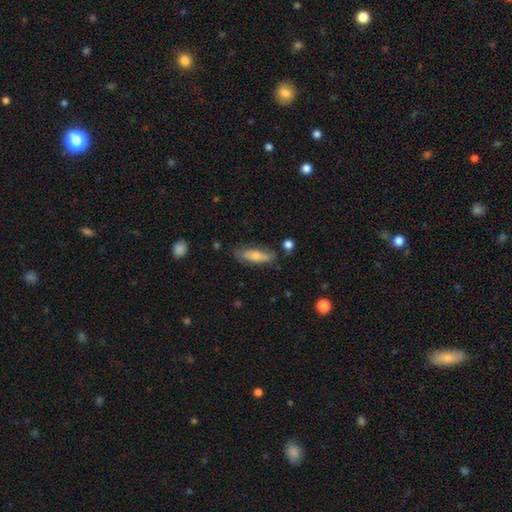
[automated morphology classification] smooth_or_featured: smooth (p=0.57) [alt: featured or disk p=0.36]
how_rounded: cigar-shaped (p=0.53) [alt: in between p=0.44]
merging: none (p=0.73) [alt: minor disturbance p=0.19]